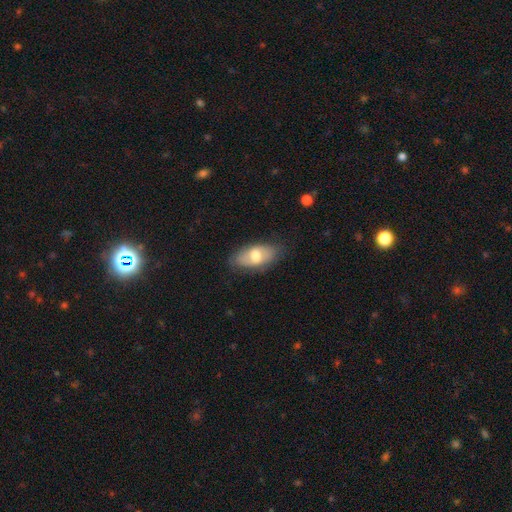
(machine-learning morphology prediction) Overall: smooth (63%; featured or disk 30%). How rounded: in between (91%). Merging: none (77%).